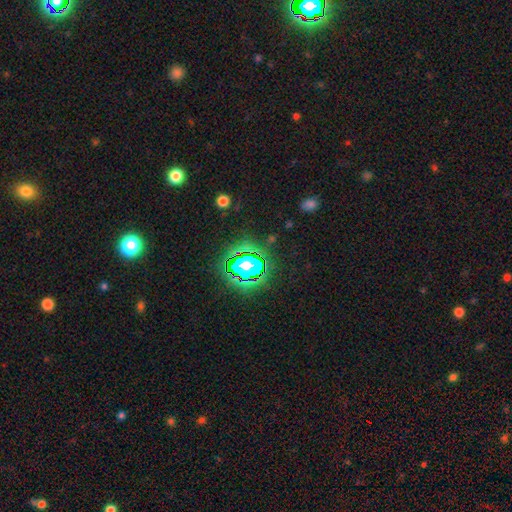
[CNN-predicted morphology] Smooth or featured? Predicted: star or artifact (p=0.78).